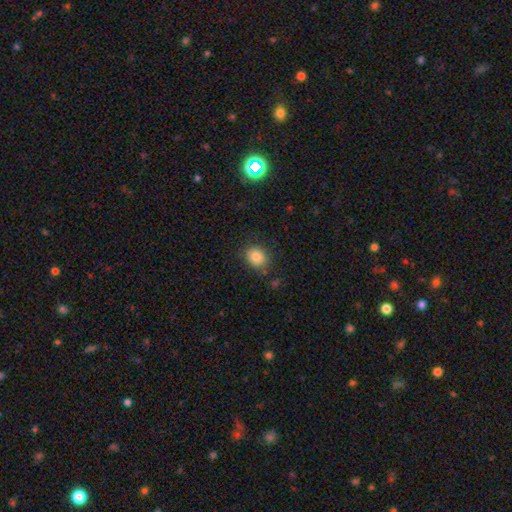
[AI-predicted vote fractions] Smooth or featured: smooth — 82% (star or artifact — 12%)
How rounded: round — 57% (in between — 43%)
Merging: none — 83% (minor disturbance — 11%)